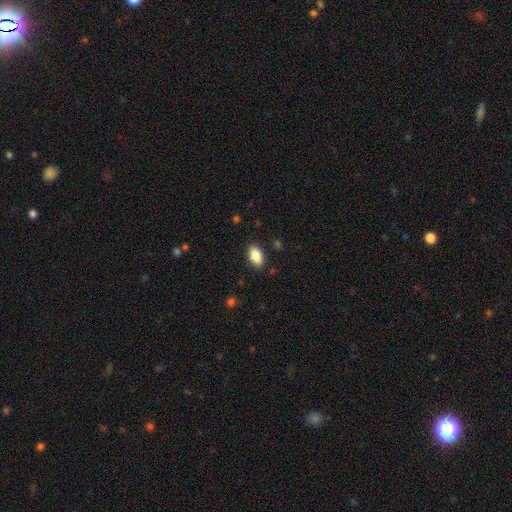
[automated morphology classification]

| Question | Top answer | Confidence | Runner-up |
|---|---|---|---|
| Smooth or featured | smooth | 87% | star or artifact (7%) |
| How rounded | in between | 93% | round (4%) |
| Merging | none | 88% | minor disturbance (9%) |